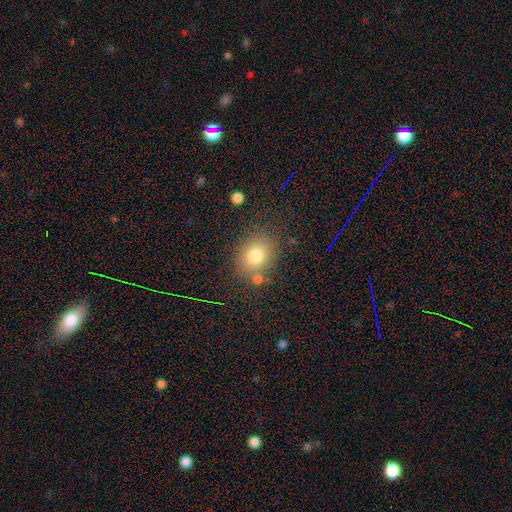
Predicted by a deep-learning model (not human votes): The model was most divided on "how rounded": round: 59%, in between: 40%, cigar-shaped: 1%. More confident: smooth or featured — smooth (77%); merging — none (76%).